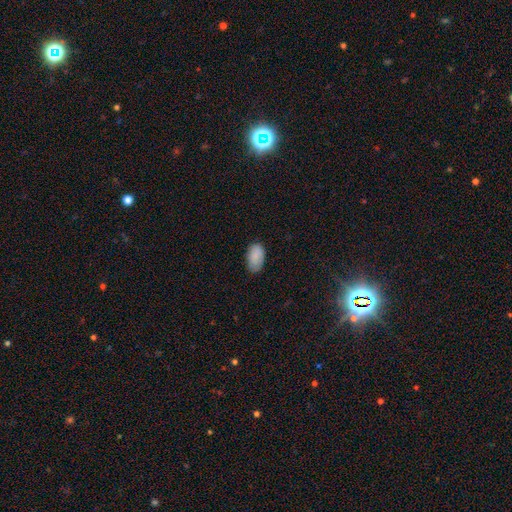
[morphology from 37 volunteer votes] smooth-or-featured: smooth: 92% | featured or disk: 5% | star or artifact: 3%
  how-rounded: in between: 97% | cigar-shaped: 3% | round: 0%
  merging: none: 86% | major disturbance: 8% | minor disturbance: 6% | merger: 0%